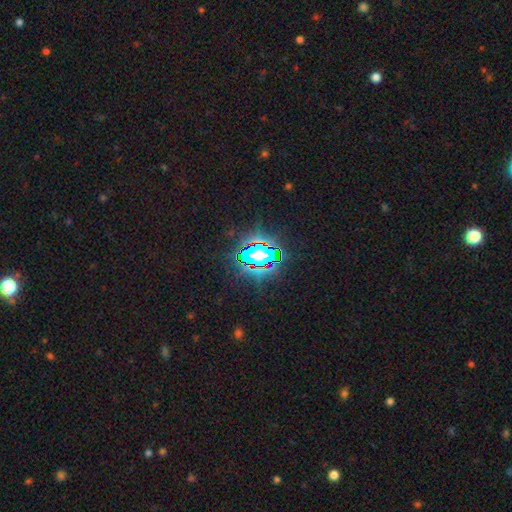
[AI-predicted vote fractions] Smooth or featured? Predicted: star or artifact (p=0.82).